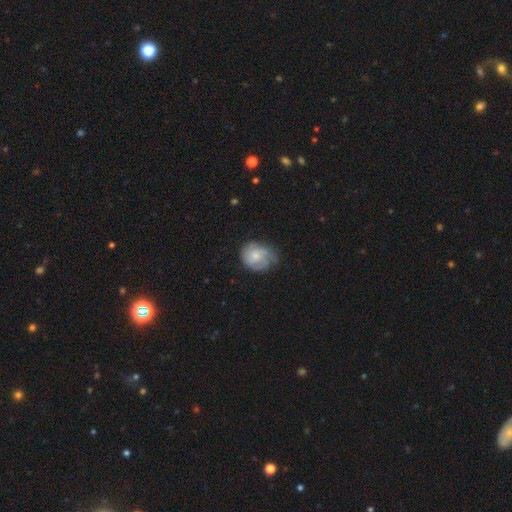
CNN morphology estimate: type=smooth (50%); roundness=round (61%); merging=none (52%).